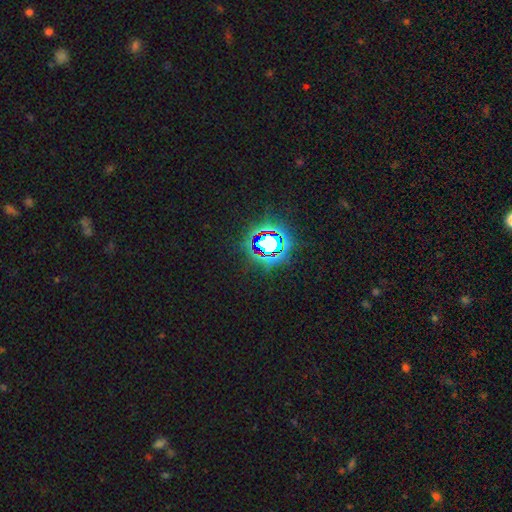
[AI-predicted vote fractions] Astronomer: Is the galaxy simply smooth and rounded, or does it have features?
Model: star or artifact — 81%.